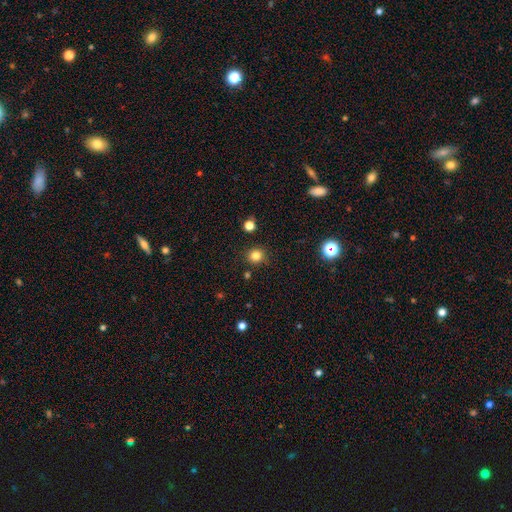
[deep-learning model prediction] Smooth or featured? Predicted: smooth (p=0.82). How rounded? Predicted: round (p=0.89). Merging? Predicted: none (p=0.87).